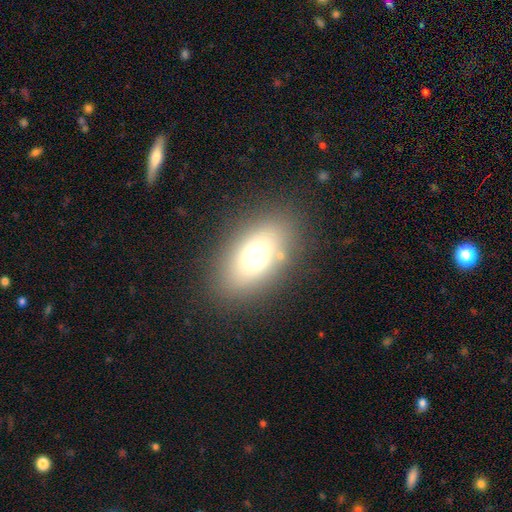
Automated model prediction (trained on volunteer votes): A smooth galaxy with no disk features (66%) that is in between round and cigar-shaped (85%).

Vote fractions:
- Smooth or featured? smooth: 66% / featured or disk: 20% / star or artifact: 13%
- How rounded? in between: 85% / round: 12% / cigar-shaped: 3%
- Merging? none: 82% / minor disturbance: 11% / major disturbance: 5% / merger: 2%